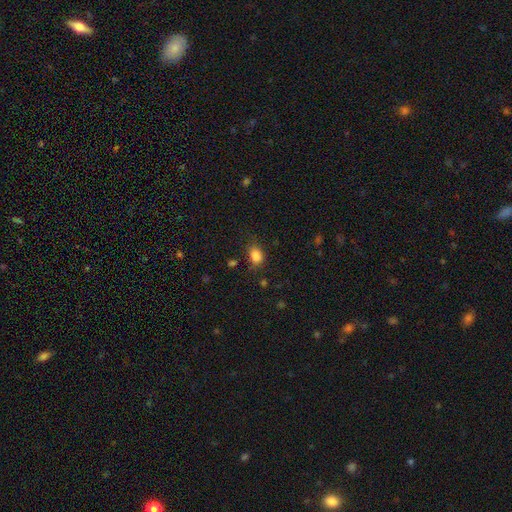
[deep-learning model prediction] smooth_or_featured: smooth (p=0.84) [alt: star or artifact p=0.11]
how_rounded: in between (p=0.70) [alt: round p=0.29]
merging: none (p=0.67) [alt: minor disturbance p=0.23]